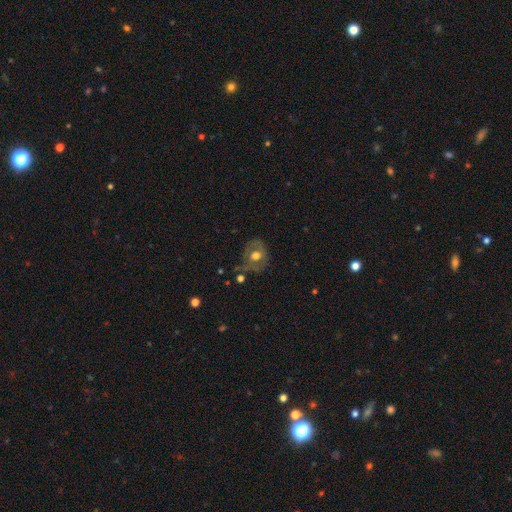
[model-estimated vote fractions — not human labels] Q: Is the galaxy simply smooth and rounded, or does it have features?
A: smooth — 46%.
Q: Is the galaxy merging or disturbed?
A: none — 52%.